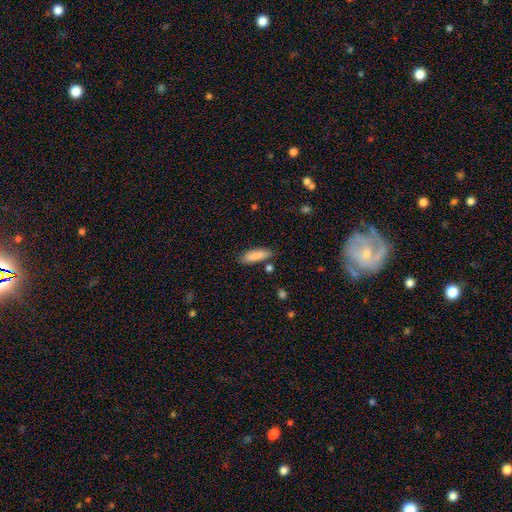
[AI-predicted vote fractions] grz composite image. It shows a smooth galaxy with no disk features (87%) that is cigar-shaped (54%). Merging: none (79%).